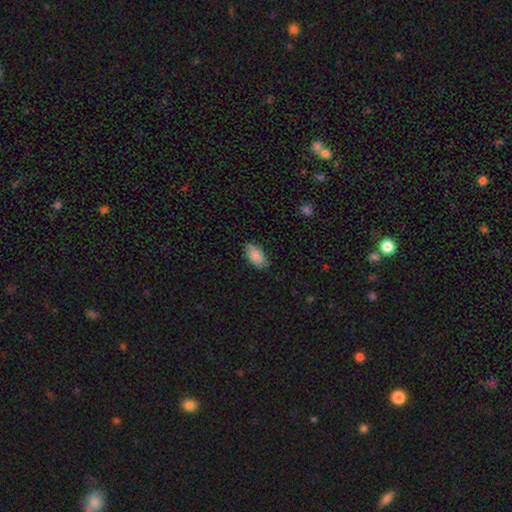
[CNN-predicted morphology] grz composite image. It shows a smooth galaxy with no disk features (88%) that is in between round and cigar-shaped (94%). Merging: none (85%).